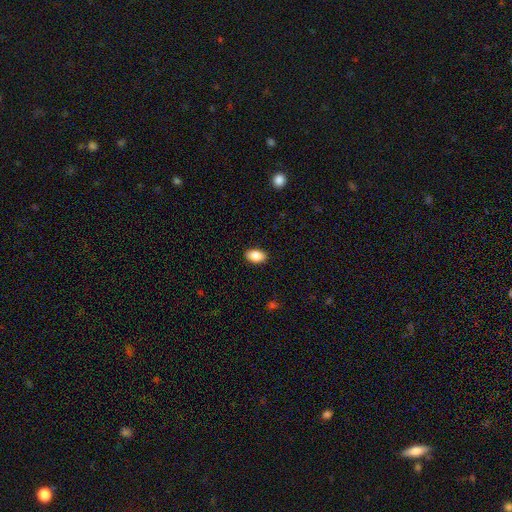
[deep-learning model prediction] A smooth galaxy with no disk features (87%) that is in between round and cigar-shaped (91%). Merging: none (89%).